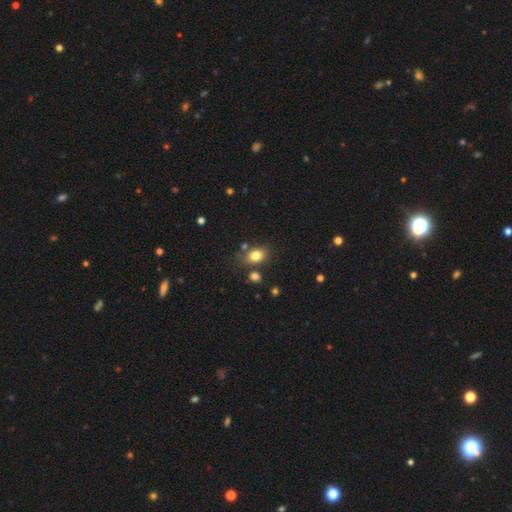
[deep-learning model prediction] Smooth or featured? Predicted: smooth (p=0.81). How rounded? Predicted: in between (p=0.72). Merging? Predicted: none (p=0.71).